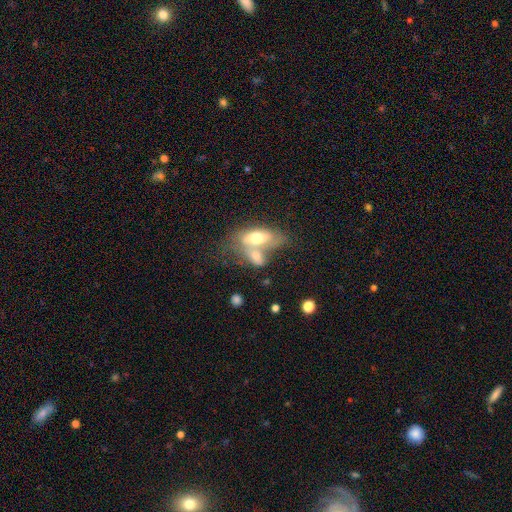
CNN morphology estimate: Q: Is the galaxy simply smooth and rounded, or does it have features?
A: smooth — 61%.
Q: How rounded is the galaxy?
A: in between — 83%.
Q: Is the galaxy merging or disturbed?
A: merger — 69%.